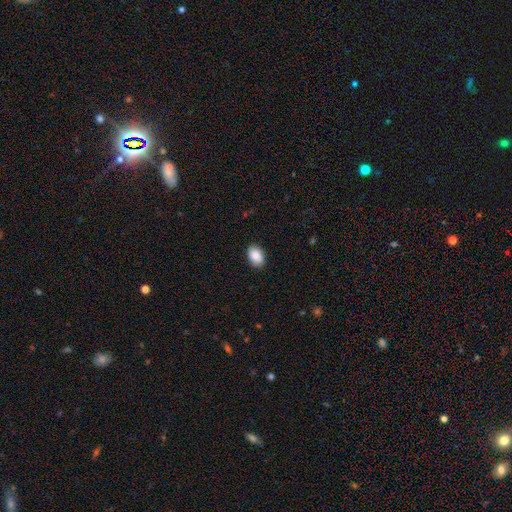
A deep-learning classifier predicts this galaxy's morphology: Smooth or featured: smooth — 89% (star or artifact — 7%)
How rounded: in between — 87% (round — 12%)
Merging: none — 88% (minor disturbance — 9%)